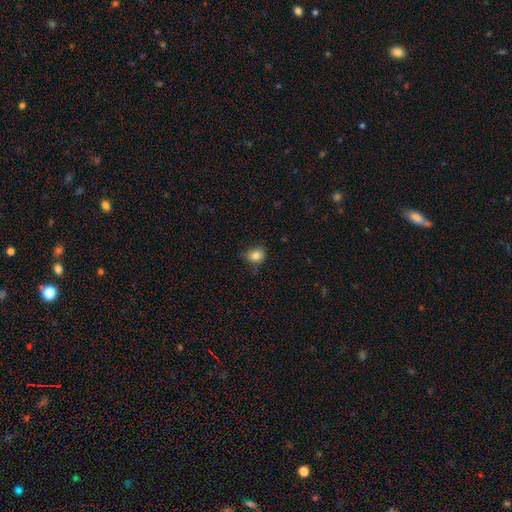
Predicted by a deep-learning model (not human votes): smooth-or-featured: smooth: 82% | star or artifact: 11% | featured or disk: 7%
  how-rounded: round: 70% | in between: 29% | cigar-shaped: 1%
  merging: none: 72% | minor disturbance: 22% | major disturbance: 4% | merger: 1%